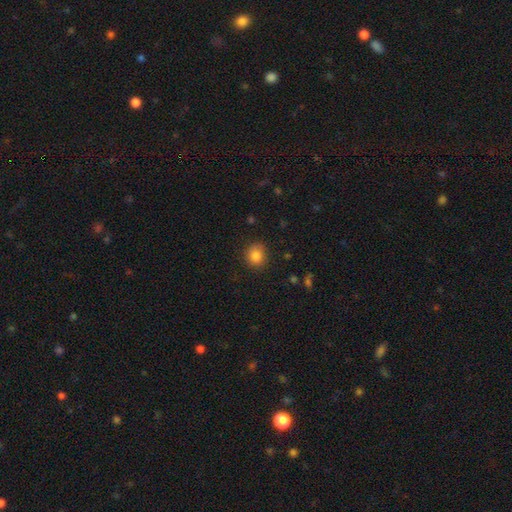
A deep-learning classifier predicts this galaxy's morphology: Overall: smooth (84%). How rounded: round (80%). Merging: none (84%).